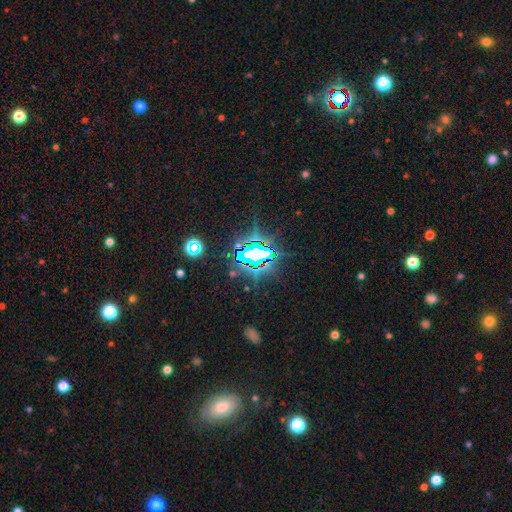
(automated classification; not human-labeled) star or artifact 76%, featured or disk 13%, smooth 11%.